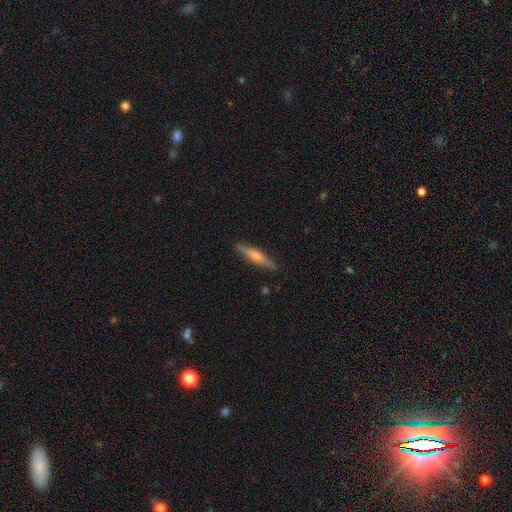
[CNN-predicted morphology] smooth-or-featured: featured or disk: 58% | smooth: 35% | star or artifact: 6%
  disk-edge-on: yes: 95% | no: 5%
    edge-on-bulge: rounded: 84% | none: 9% | boxy: 7%
  merging: none: 89% | minor disturbance: 8% | major disturbance: 2% | merger: 1%